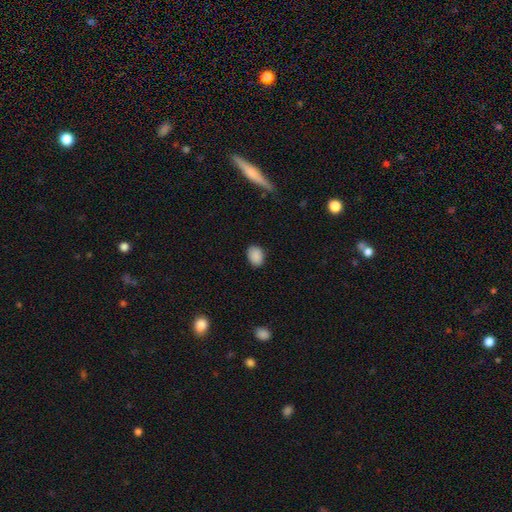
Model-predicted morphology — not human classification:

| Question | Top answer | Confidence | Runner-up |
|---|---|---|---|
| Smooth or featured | smooth | 88% | star or artifact (8%) |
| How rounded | in between | 70% | round (29%) |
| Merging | none | 85% | minor disturbance (12%) |